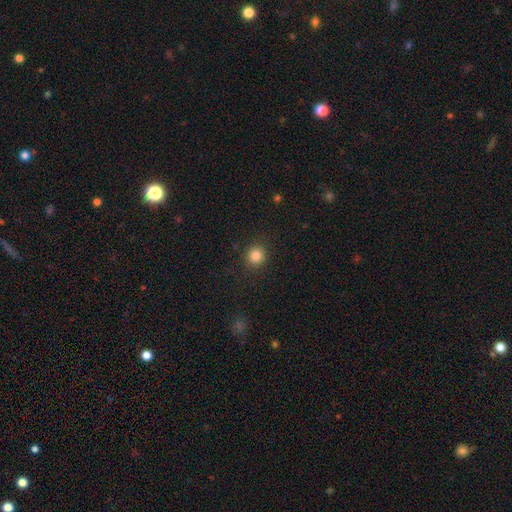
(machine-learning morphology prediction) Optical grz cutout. It shows a smooth galaxy with no disk features (84%) that is round (91%). Merging: none (89%).